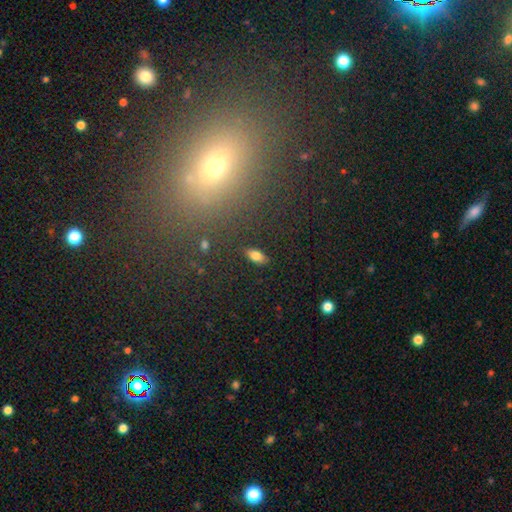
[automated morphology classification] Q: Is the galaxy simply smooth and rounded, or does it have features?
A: smooth — 80%.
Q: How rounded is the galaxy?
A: in between — 87%.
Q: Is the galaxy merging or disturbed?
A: none — 88%.